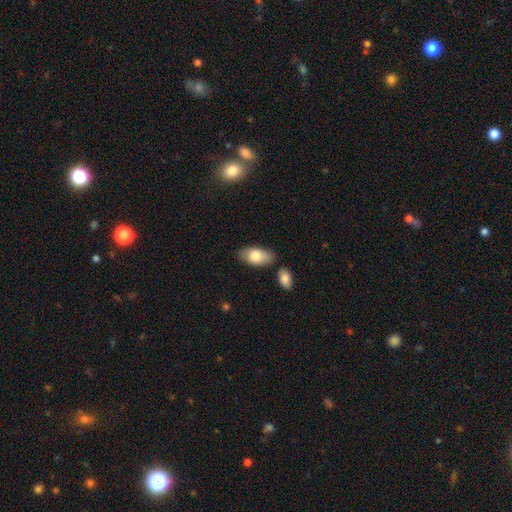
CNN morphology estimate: Smooth or featured: smooth — 79% (featured or disk — 15%)
How rounded: in between — 94% (round — 3%)
Merging: none — 74% (minor disturbance — 16%)